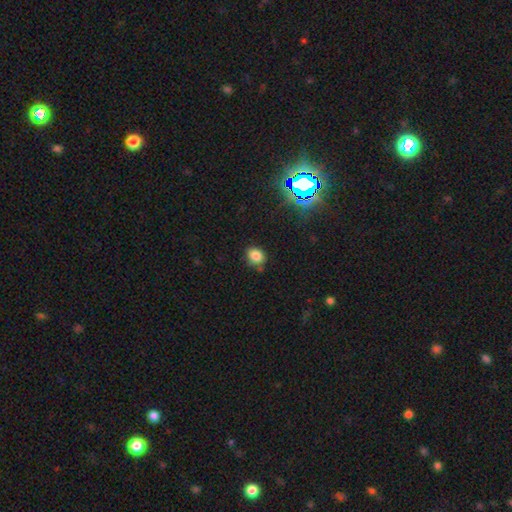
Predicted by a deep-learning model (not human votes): Smooth or featured? Predicted: smooth (p=0.80). How rounded? Predicted: round (p=0.52). Merging? Predicted: none (p=0.77).